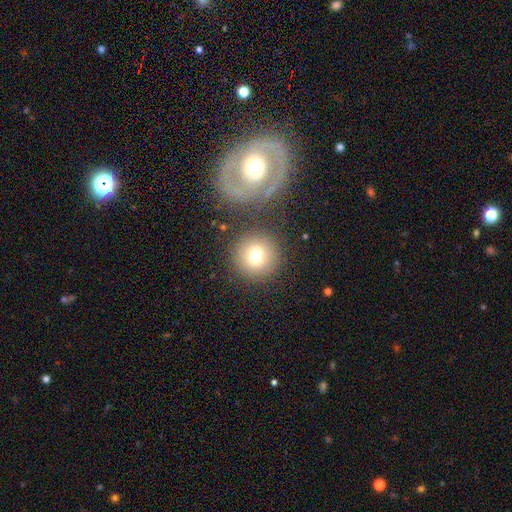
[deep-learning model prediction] smooth_or_featured: smooth (p=0.74) [alt: star or artifact p=0.14]
how_rounded: round (p=0.94) [alt: in between p=0.05]
merging: none (p=0.84) [alt: minor disturbance p=0.07]